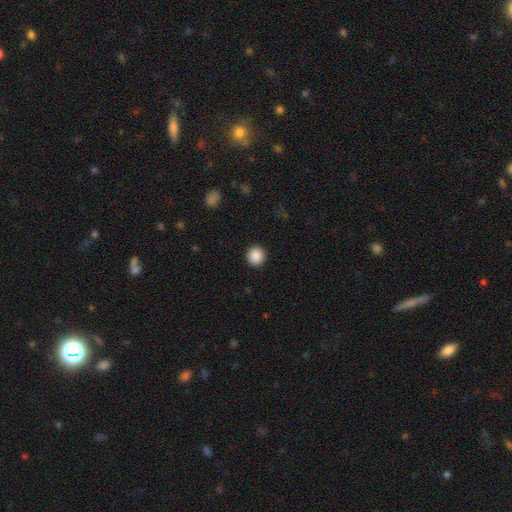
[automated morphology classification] smooth_or_featured: smooth (p=0.89) [alt: star or artifact p=0.09]
how_rounded: round (p=0.95) [alt: in between p=0.04]
merging: none (p=0.92) [alt: minor disturbance p=0.05]